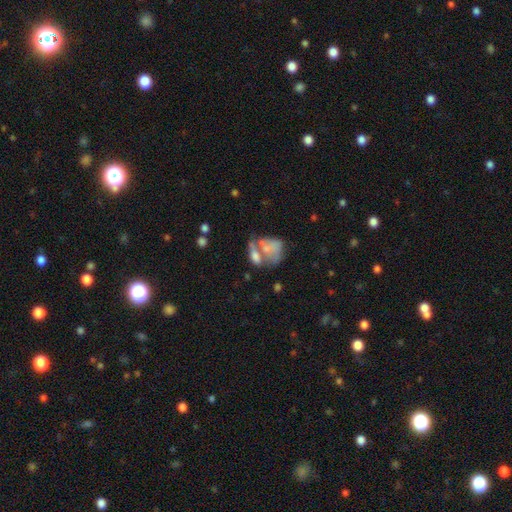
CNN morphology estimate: The model was most divided on "merging": merger: 56%, none: 22%, minor disturbance: 11%, major disturbance: 11%. More confident: how rounded — in between (73%); smooth or featured — smooth (63%).